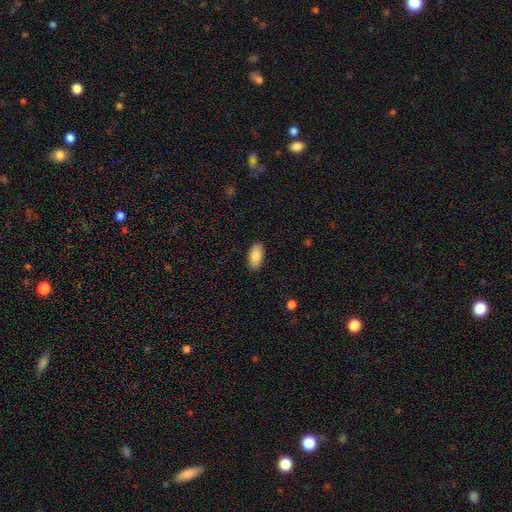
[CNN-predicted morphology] type=smooth (86%); roundness=in between (92%); merging=none (89%).